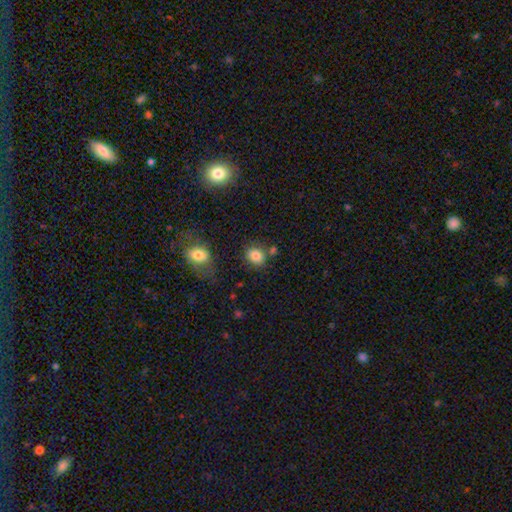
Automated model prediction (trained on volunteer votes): smooth_or_featured: smooth (p=0.83) [alt: star or artifact p=0.10]
how_rounded: round (p=0.55) [alt: in between p=0.44]
merging: none (p=0.73) [alt: minor disturbance p=0.12]